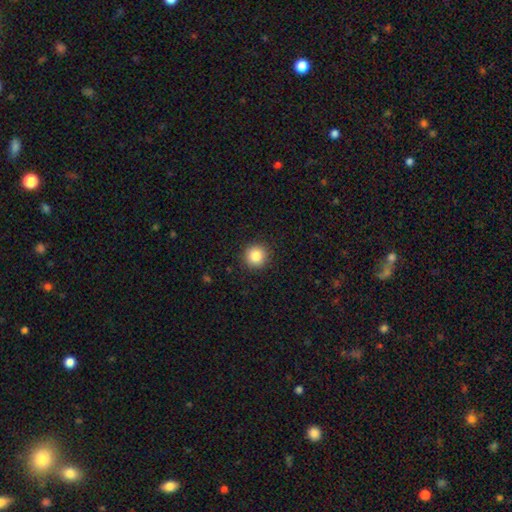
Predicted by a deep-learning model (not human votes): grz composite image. It shows a smooth galaxy with no disk features (85%) that is round (94%). Merging: none (92%).